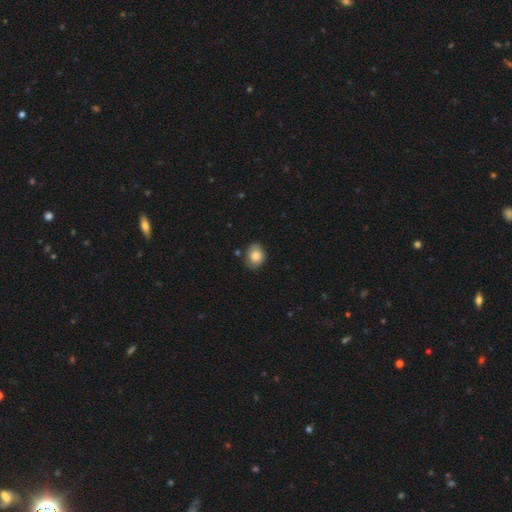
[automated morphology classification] type=smooth (81%); roundness=in between (55%); merging=none (71%).